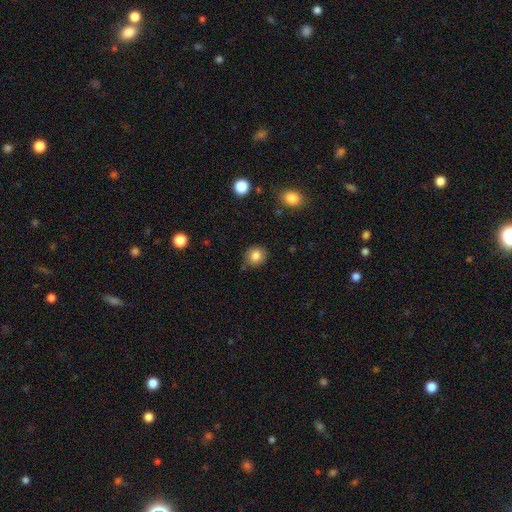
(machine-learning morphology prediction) A smooth galaxy with no disk features (84%) that is round (82%).

Vote fractions:
- Smooth or featured? smooth: 84% / star or artifact: 10% / featured or disk: 6%
- How rounded? round: 82% / in between: 17% / cigar-shaped: 1%
- Merging? none: 85% / minor disturbance: 11% / major disturbance: 3% / merger: 2%